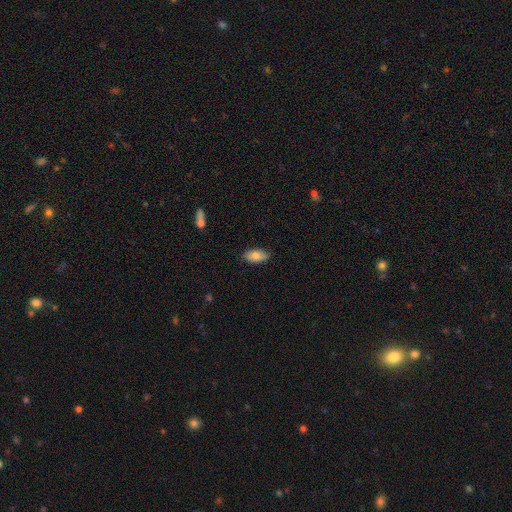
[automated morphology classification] This appears to be a smooth galaxy with no disk features (79%) that is in between round and cigar-shaped (93%). Merging: none (85%).